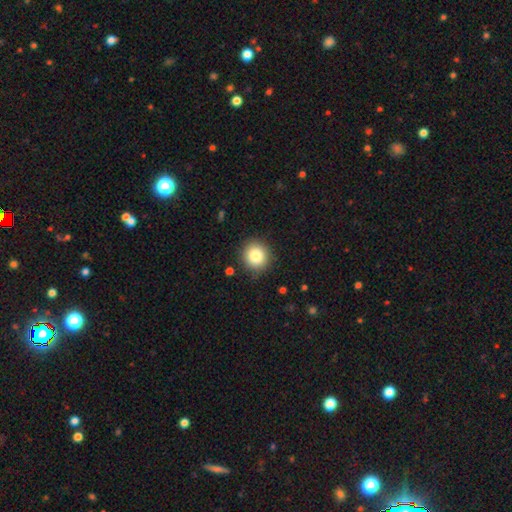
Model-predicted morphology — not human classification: The model was most divided on "smooth or featured": smooth: 84%, star or artifact: 10%, featured or disk: 7%. More confident: how rounded — round (89%); merging — none (88%).